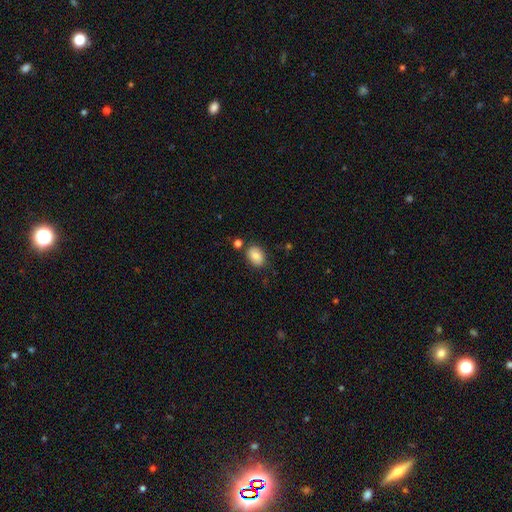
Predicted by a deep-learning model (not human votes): The model was most divided on "how rounded": in between: 81%, round: 18%, cigar-shaped: 1%. More confident: smooth or featured — smooth (84%); merging — none (79%).